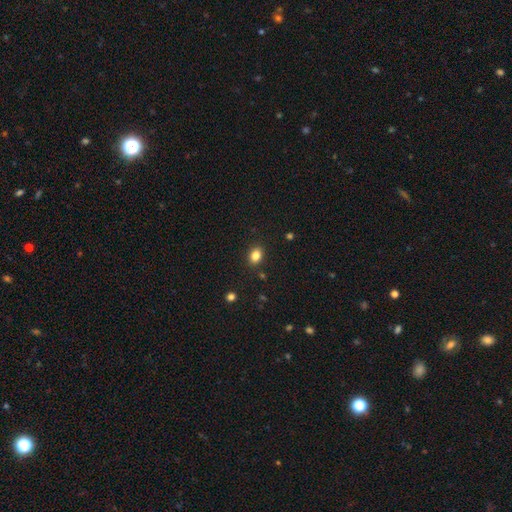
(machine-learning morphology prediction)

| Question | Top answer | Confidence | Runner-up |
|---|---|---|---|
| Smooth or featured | smooth | 84% | star or artifact (11%) |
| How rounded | in between | 66% | round (33%) |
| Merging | none | 88% | minor disturbance (8%) |